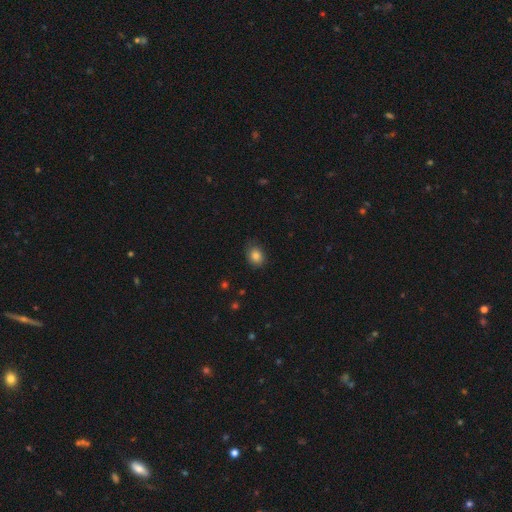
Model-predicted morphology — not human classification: Smooth or featured? Predicted: smooth (p=0.84). How rounded? Predicted: in between (p=0.51). Merging? Predicted: none (p=0.79).